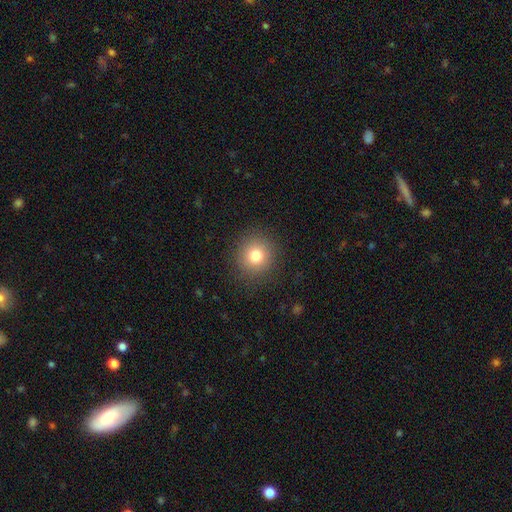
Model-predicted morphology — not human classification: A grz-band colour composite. It shows a smooth galaxy with no disk features (79%) that is round (92%). Merging: none (89%).